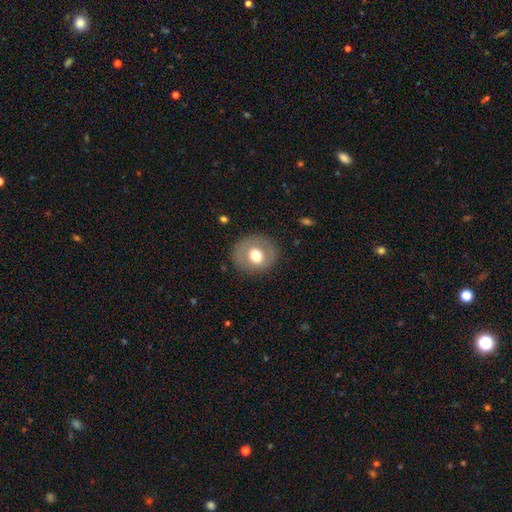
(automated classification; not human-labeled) This appears to be a smooth galaxy with no disk features (60%) that is round (78%). Merging: none (83%).